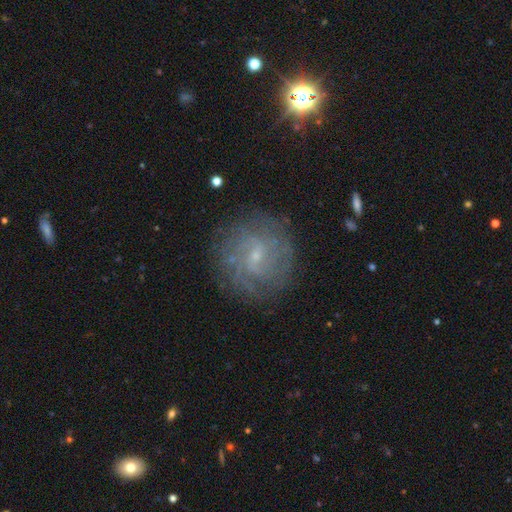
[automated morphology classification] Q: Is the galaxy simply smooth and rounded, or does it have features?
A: featured or disk — 74%.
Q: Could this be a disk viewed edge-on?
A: no — 97%.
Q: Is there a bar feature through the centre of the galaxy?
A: weak — 57%.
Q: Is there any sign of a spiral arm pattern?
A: yes — 89%.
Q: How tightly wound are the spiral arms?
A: tight — 55%.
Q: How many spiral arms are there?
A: can't tell — 45%.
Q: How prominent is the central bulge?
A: small — 77%.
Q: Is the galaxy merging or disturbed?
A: none — 81%.